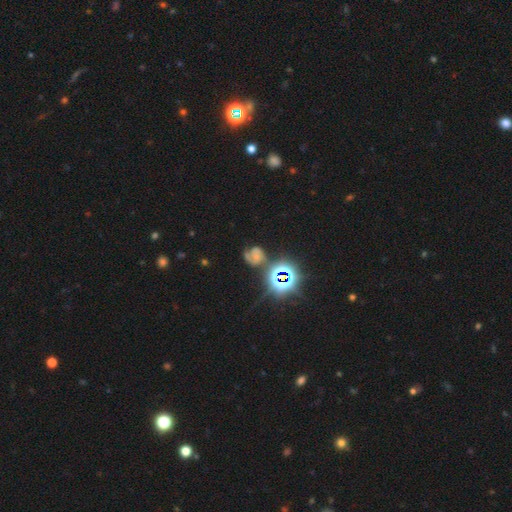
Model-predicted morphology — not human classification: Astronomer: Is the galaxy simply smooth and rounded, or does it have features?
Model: featured or disk — 40% (runner-up: star or artifact, 30%).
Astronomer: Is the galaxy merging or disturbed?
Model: none — 40% (runner-up: major disturbance, 24%).